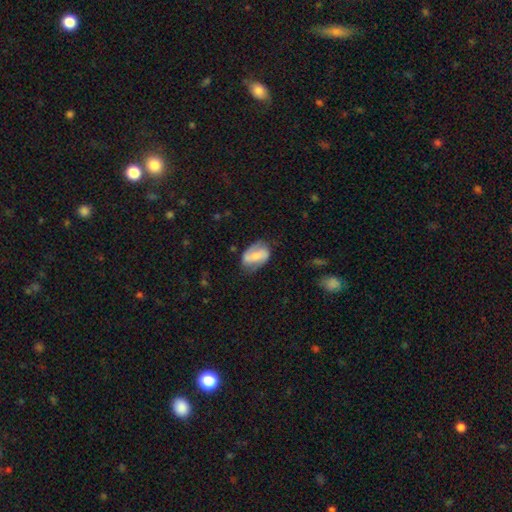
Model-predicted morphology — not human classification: Smooth or featured: featured or disk — 61% (smooth — 32%)
Edge-on disk: no — 97% (yes — 3%)
Bar: strong — 40% (weak — 37%)
Spiral arms: yes — 85% (no — 15%)
Spiral winding: medium — 43% (loose — 32%)
Spiral arm count: 2 — 84% (can't tell — 8%)
Bulge size: small — 39% (moderate — 33%)
Merging: none — 62% (minor disturbance — 26%)